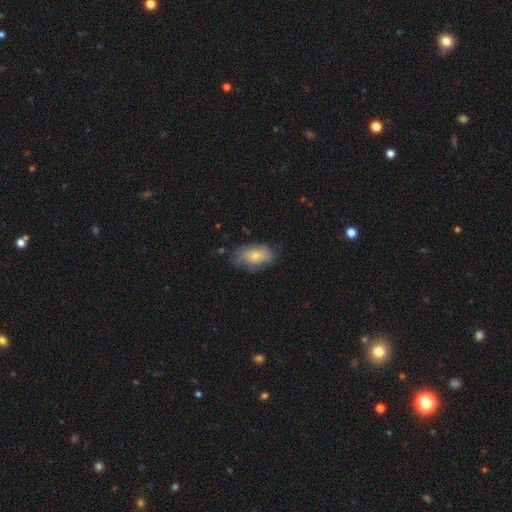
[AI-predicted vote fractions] The model was most divided on "merging": none: 62%, minor disturbance: 27%, major disturbance: 9%, merger: 1%. More confident: how rounded — in between (89%); smooth or featured — smooth (66%).